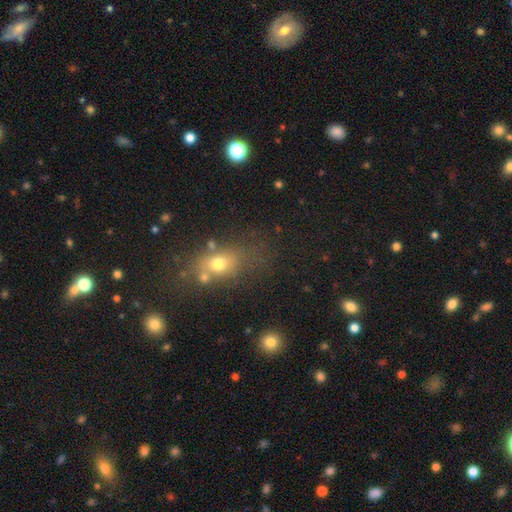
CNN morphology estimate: This is possibly a smooth galaxy (59%). How rounded: possibly in between (55%). Merging: likely none (60%).